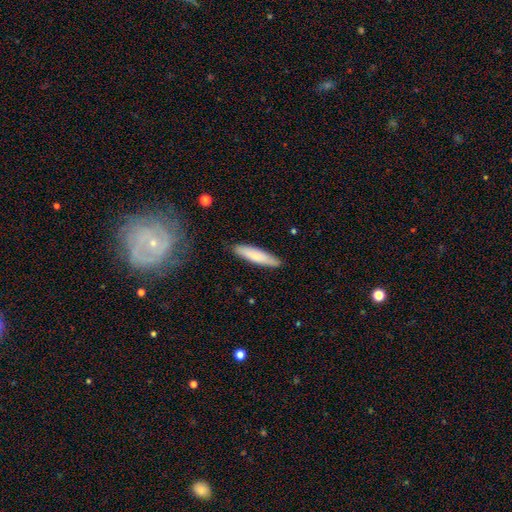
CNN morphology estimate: Overall: smooth (78%). How rounded: cigar-shaped (83%). Merging: none (89%).